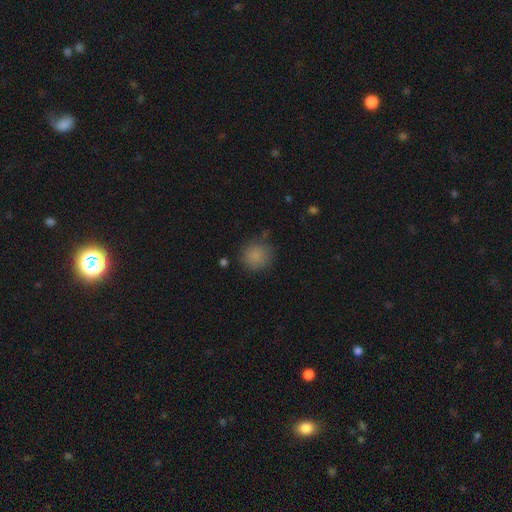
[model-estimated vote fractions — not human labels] Q: Smooth or featured?
A: smooth (85%); runner-up: star or artifact (10%)
Q: How rounded?
A: round (90%); runner-up: in between (9%)
Q: Merging?
A: none (78%); runner-up: minor disturbance (15%)